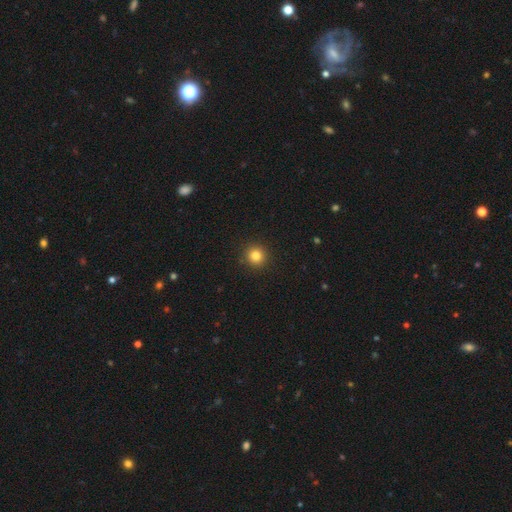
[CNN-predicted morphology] A smooth galaxy with no disk features (82%) that is round (95%). Merging: none (93%).